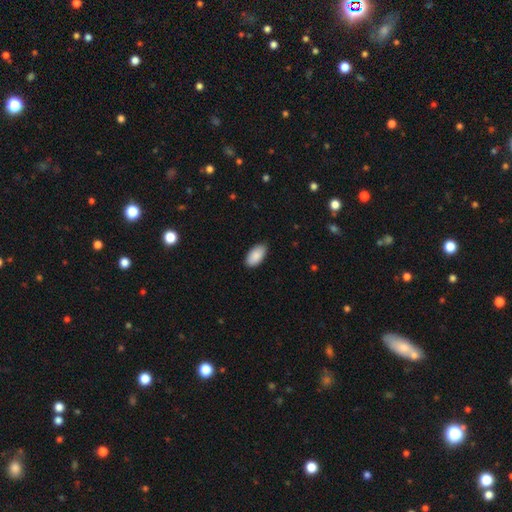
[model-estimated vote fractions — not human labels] A smooth galaxy with no disk features (90%) that is in between round and cigar-shaped (95%). Merging: none (86%).